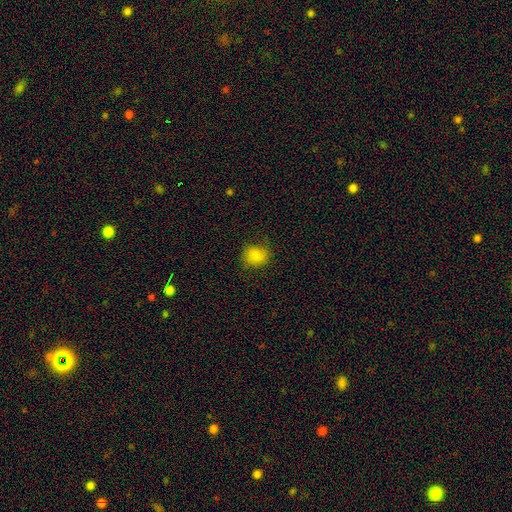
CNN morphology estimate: Smooth or featured? Predicted: smooth (p=0.84). How rounded? Predicted: round (p=0.71). Merging? Predicted: none (p=0.78).